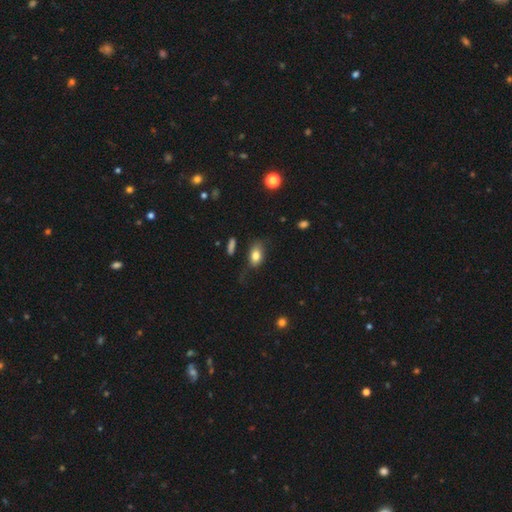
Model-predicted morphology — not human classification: This is likely a smooth galaxy (80%). How rounded: clearly in between (85%). Merging: likely none (61%).